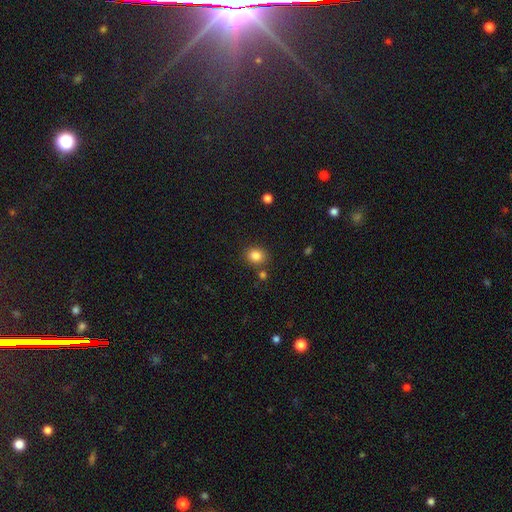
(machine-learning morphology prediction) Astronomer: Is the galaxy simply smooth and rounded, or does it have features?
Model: smooth — 84%.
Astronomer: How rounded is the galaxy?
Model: round — 72%.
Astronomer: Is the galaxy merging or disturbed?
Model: none — 80%.